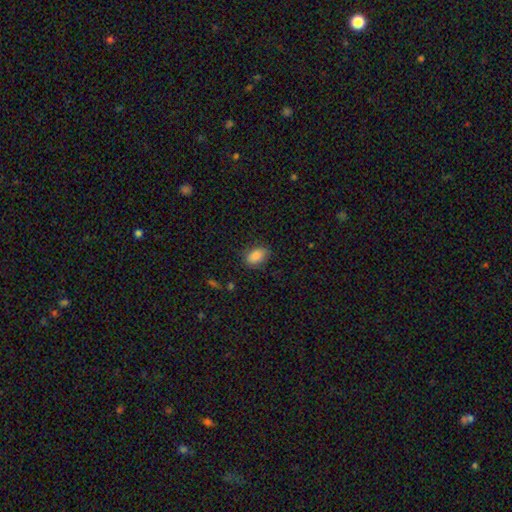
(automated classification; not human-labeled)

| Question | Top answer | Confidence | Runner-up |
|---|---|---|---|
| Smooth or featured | smooth | 87% | star or artifact (8%) |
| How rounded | in between | 89% | round (9%) |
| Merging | none | 80% | minor disturbance (15%) |